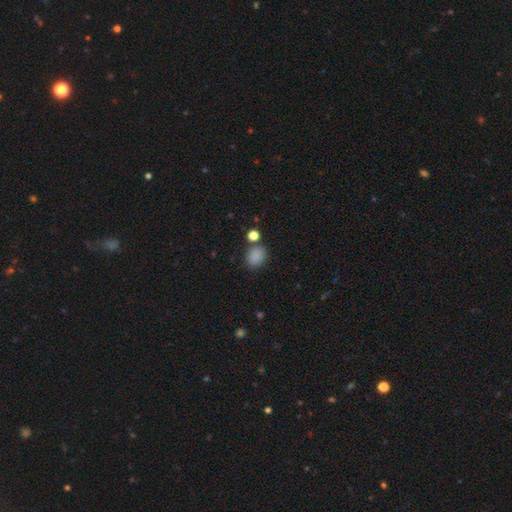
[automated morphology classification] The model was most divided on "how rounded": in between: 50%, round: 49%, cigar-shaped: 1%. More confident: smooth or featured — smooth (85%); merging — none (76%).